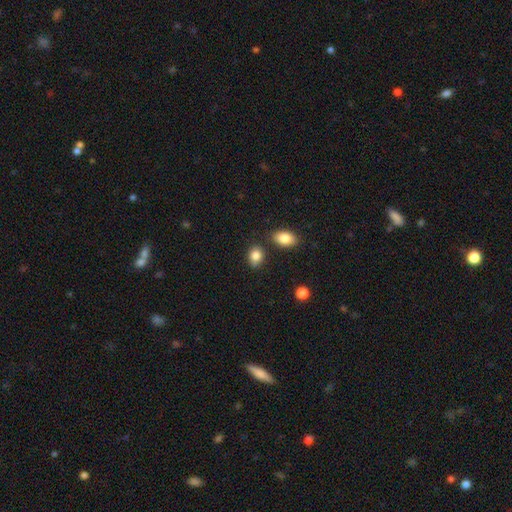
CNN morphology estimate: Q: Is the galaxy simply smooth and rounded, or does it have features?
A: smooth — 85%.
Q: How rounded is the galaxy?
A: in between — 56%.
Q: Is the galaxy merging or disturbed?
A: none — 74%.